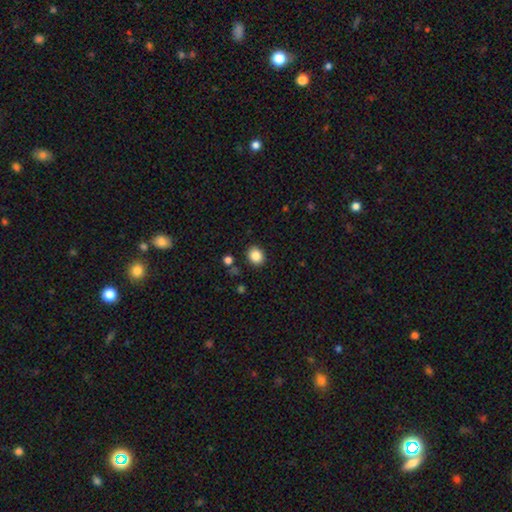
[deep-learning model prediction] A smooth galaxy with no disk features (86%) that is round (70%).

Vote fractions:
- Smooth or featured? smooth: 86% / star or artifact: 10% / featured or disk: 4%
- How rounded? round: 70% / in between: 29% / cigar-shaped: 1%
- Merging? none: 88% / minor disturbance: 7% / merger: 3% / major disturbance: 2%